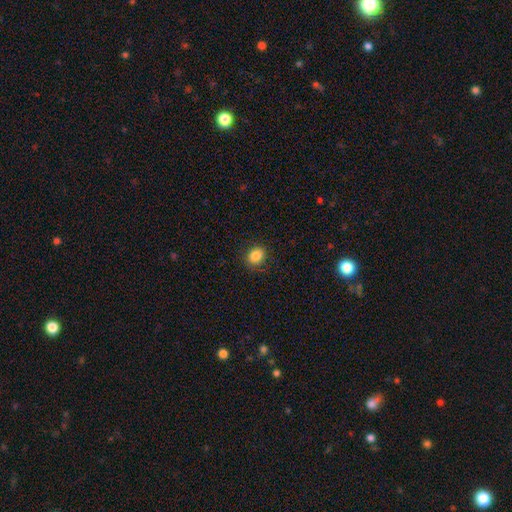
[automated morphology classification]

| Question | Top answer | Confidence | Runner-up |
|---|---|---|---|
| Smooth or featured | smooth | 85% | star or artifact (10%) |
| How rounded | round | 59% | in between (40%) |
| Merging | none | 87% | minor disturbance (10%) |